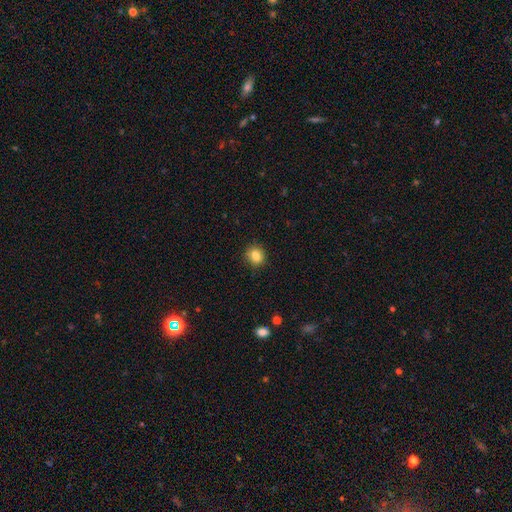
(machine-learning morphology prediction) Q: Smooth or featured?
A: smooth (83%); runner-up: star or artifact (10%)
Q: How rounded?
A: round (75%); runner-up: in between (24%)
Q: Merging?
A: none (88%); runner-up: minor disturbance (8%)